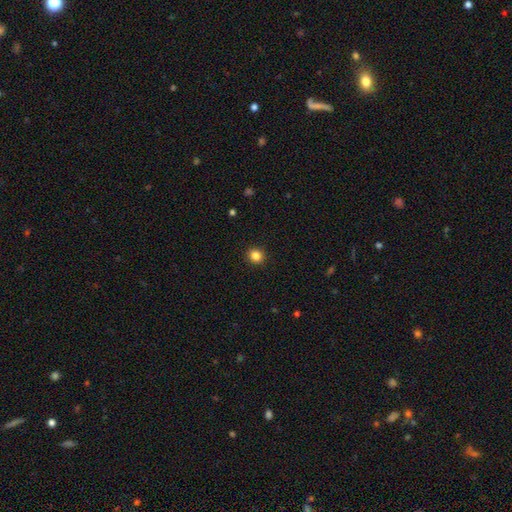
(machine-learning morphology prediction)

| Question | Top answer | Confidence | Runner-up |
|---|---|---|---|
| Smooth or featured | smooth | 84% | star or artifact (12%) |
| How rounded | round | 88% | in between (11%) |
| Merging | none | 92% | minor disturbance (5%) |